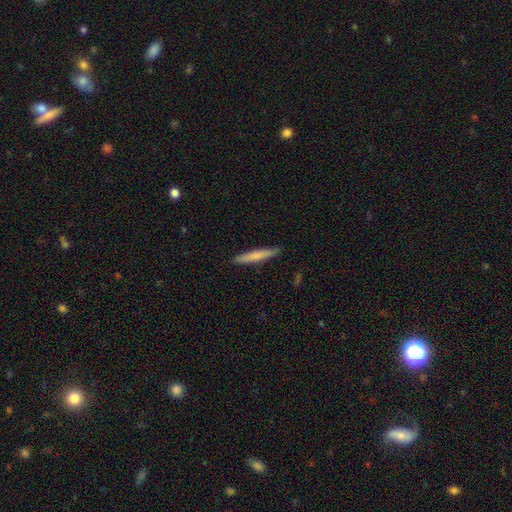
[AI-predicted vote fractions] Smooth or featured? Predicted: smooth (p=0.68). How rounded? Predicted: cigar-shaped (p=0.95). Merging? Predicted: none (p=0.90).